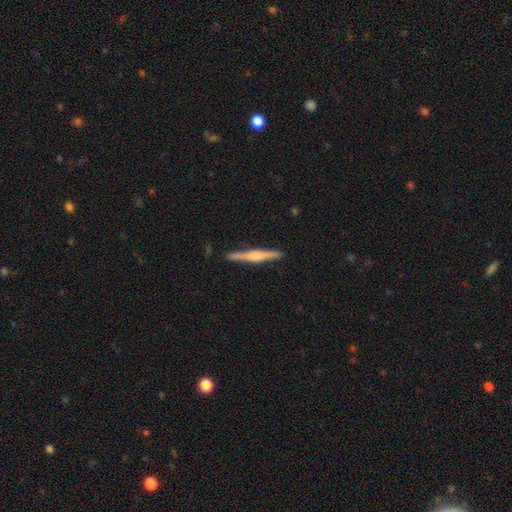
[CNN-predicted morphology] A featured or disk galaxy (68%) viewed edge-on (98%) with a rounded central bulge (74%).

Vote fractions:
- Smooth or featured? featured or disk: 68% / smooth: 27% / star or artifact: 5%
- Edge-on disk? yes: 98% / no: 2%
- Edge-on bulge? rounded: 74% / boxy: 15% / none: 10%
- Merging? none: 91% / minor disturbance: 7% / major disturbance: 1% / merger: 1%